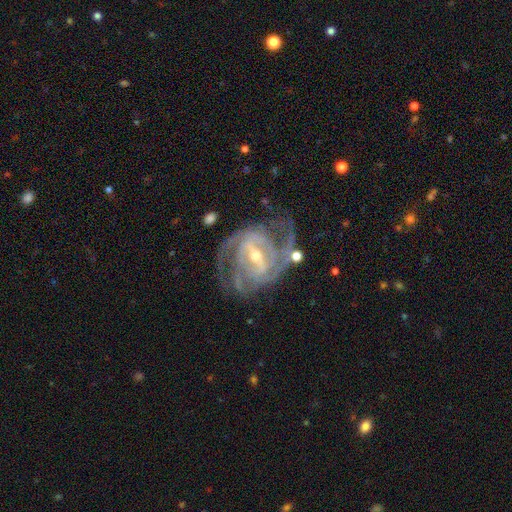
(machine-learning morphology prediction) Q: Smooth or featured?
A: featured or disk (92%); runner-up: star or artifact (5%)
Q: Edge-on disk?
A: no (97%); runner-up: yes (3%)
Q: Bar?
A: strong (57%); runner-up: weak (34%)
Q: Spiral arms?
A: yes (97%); runner-up: no (3%)
Q: Spiral winding?
A: tight (50%); runner-up: medium (41%)
Q: Spiral arm count?
A: 2 (35%); runner-up: 3 (28%)
Q: Bulge size?
A: small (51%); runner-up: moderate (46%)
Q: Merging?
A: none (65%); runner-up: minor disturbance (17%)